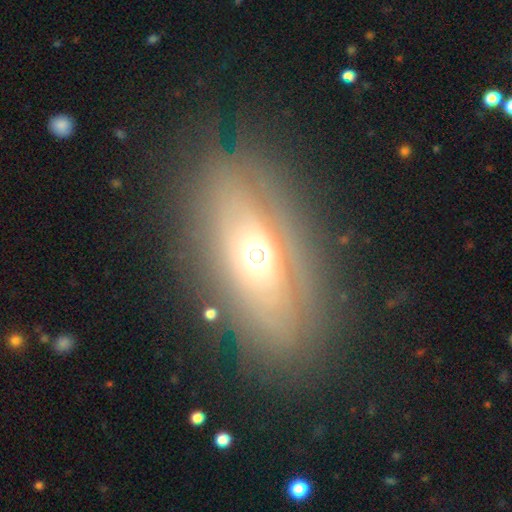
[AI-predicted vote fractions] Overall: featured or disk (55%; smooth 34%). Edge-on disk: no (72%). Merging: none (76%).